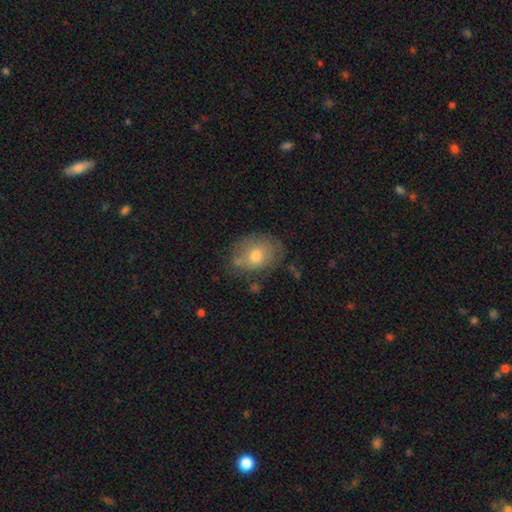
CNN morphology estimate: smooth 69%, featured or disk 22%, star or artifact 9%. Down the decision tree: how rounded — in between (58%); merging — none (65%).